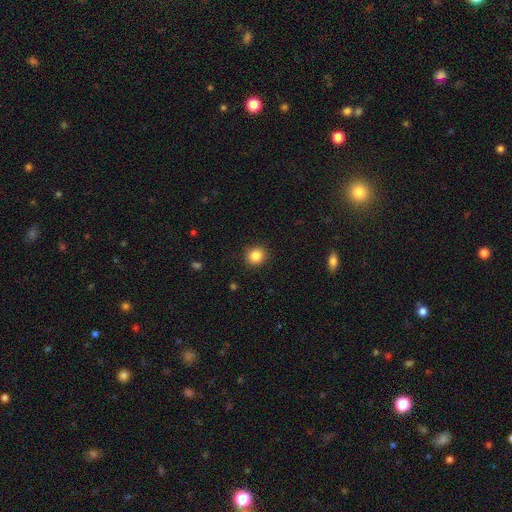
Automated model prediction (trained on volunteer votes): The model was most divided on "smooth or featured": smooth: 85%, star or artifact: 10%, featured or disk: 4%. More confident: merging — none (91%); how rounded — round (90%).